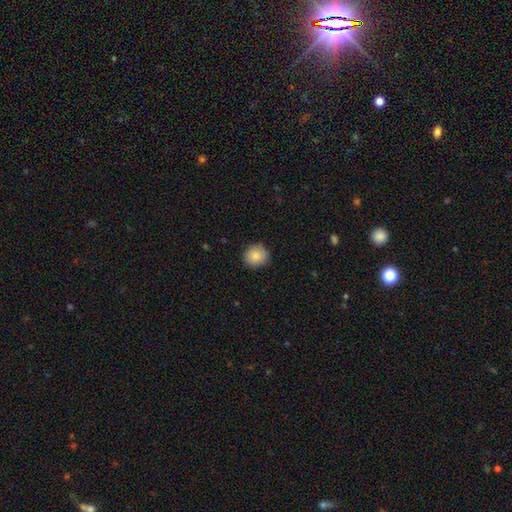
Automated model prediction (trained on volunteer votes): This appears to be a smooth galaxy with no disk features (86%) that is round (86%). Merging: none (88%).